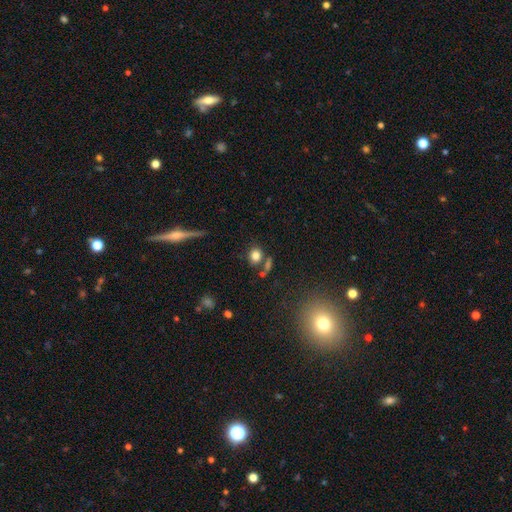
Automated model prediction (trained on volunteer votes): This is clearly a smooth galaxy (81%). How rounded: possibly round (58%). Merging: likely none (66%).